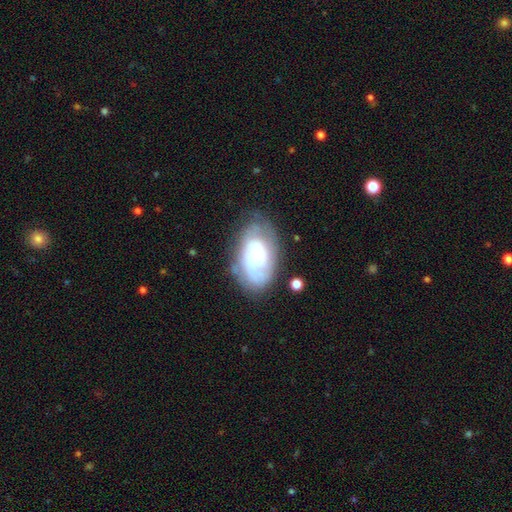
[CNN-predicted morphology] Q: Smooth or featured?
A: featured or disk (60%); runner-up: smooth (32%)
Q: Edge-on disk?
A: no (96%); runner-up: yes (4%)
Q: Bar?
A: no (64%); runner-up: weak (29%)
Q: Spiral arms?
A: yes (80%); runner-up: no (20%)
Q: Bulge size?
A: large (34%); runner-up: moderate (27%)
Q: Merging?
A: none (62%); runner-up: minor disturbance (24%)